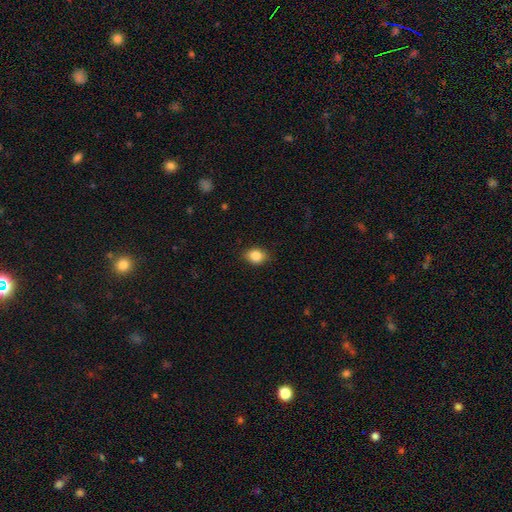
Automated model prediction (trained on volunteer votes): smooth-or-featured: smooth: 85% | star or artifact: 9% | featured or disk: 5%
  how-rounded: in between: 58% | round: 41% | cigar-shaped: 1%
  merging: none: 83% | minor disturbance: 13% | major disturbance: 3% | merger: 1%